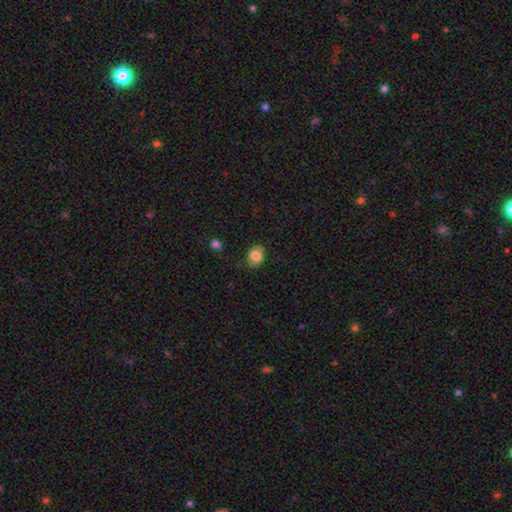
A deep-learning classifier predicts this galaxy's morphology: Smooth or featured? smooth (82%)
How rounded? in between (50%)
Merging? none (81%)